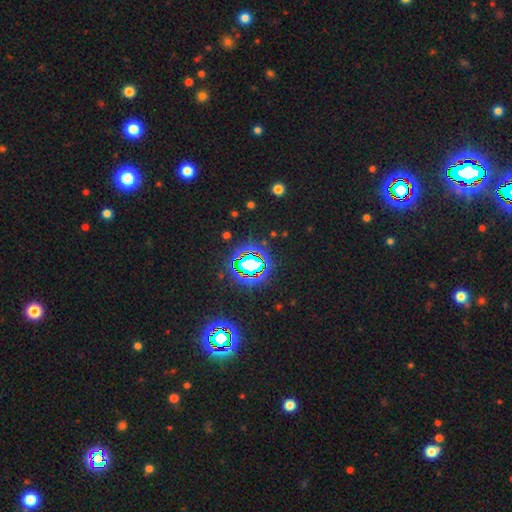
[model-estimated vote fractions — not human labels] A star or artifact, not a galaxy (83%).

Vote fractions:
- Smooth or featured? star or artifact: 83% / smooth: 10% / featured or disk: 7%